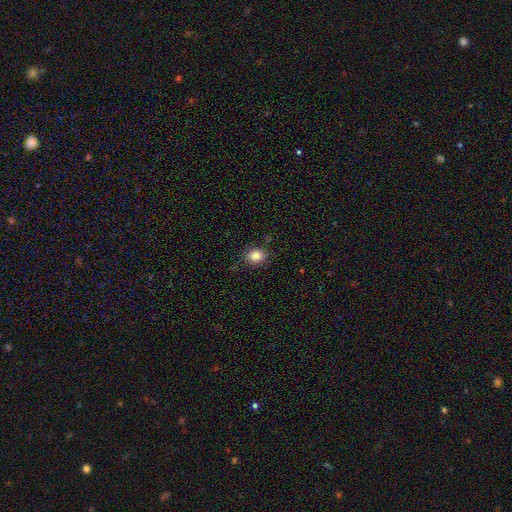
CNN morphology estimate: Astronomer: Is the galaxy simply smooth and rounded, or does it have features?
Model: smooth — 85%.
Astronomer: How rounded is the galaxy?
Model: in between — 56% (runner-up: round, 43%).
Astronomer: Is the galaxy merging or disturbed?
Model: none — 82%.